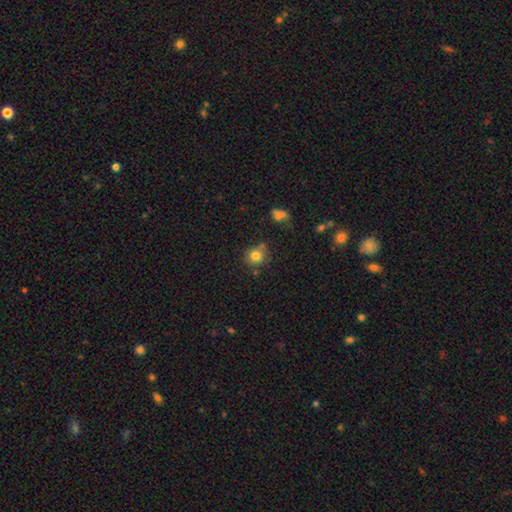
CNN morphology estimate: Q: Smooth or featured?
A: smooth (80%); runner-up: star or artifact (12%)
Q: How rounded?
A: round (86%); runner-up: in between (13%)
Q: Merging?
A: none (72%); runner-up: minor disturbance (16%)